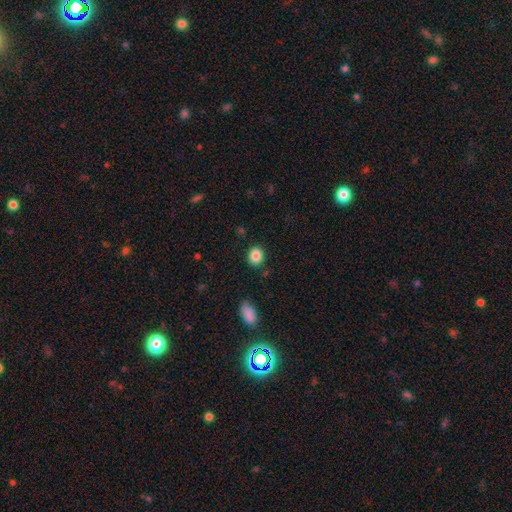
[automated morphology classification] This appears to be a smooth galaxy with no disk features (87%) that is round (61%). Merging: none (86%).